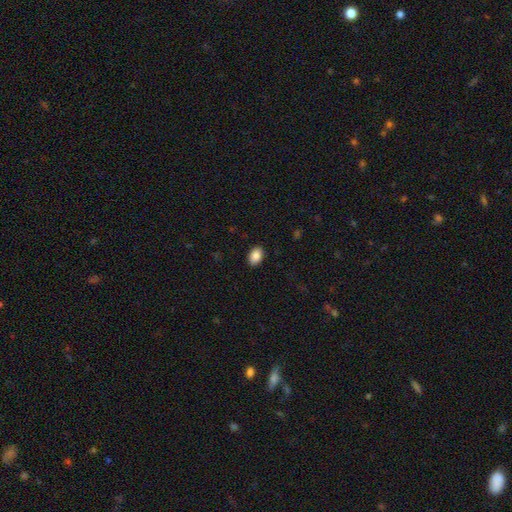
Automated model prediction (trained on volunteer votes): Smooth or featured? smooth (88%)
How rounded? in between (84%)
Merging? none (89%)